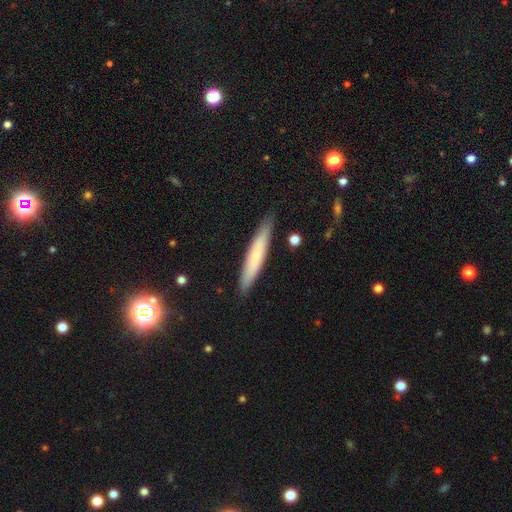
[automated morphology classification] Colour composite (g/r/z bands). It shows a smooth galaxy with no disk features (68%) that is cigar-shaped (92%). Merging: none (88%).